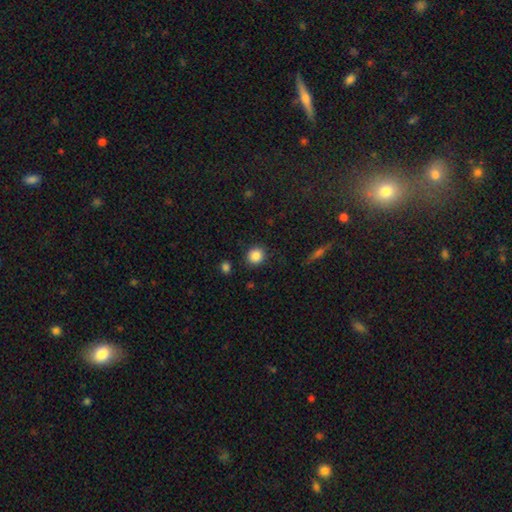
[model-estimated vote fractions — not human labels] Smooth or featured?
  - smooth: 85% *
  - star or artifact: 10%
  - featured or disk: 5%
How rounded?
  - round: 88% *
  - in between: 11%
  - cigar-shaped: 1%
Merging?
  - none: 88% *
  - minor disturbance: 7%
  - major disturbance: 2%
  - merger: 2%